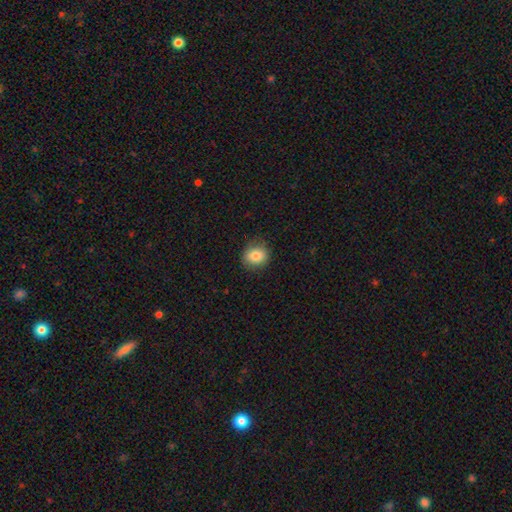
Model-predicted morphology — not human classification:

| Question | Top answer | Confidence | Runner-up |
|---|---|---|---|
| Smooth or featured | smooth | 82% | star or artifact (9%) |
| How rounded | round | 68% | in between (31%) |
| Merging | none | 84% | minor disturbance (12%) |